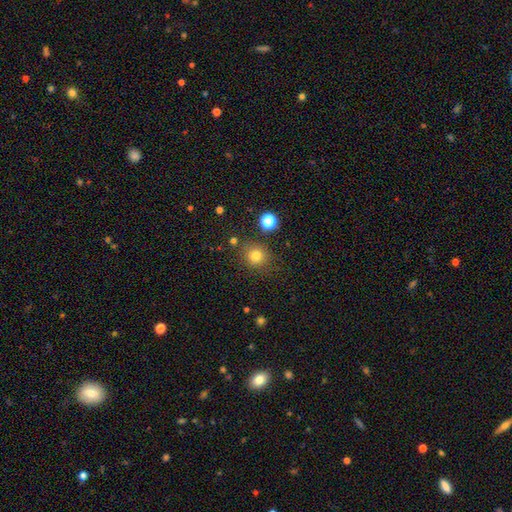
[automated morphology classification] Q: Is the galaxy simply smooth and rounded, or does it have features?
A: smooth — 80%.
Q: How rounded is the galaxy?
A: round — 84%.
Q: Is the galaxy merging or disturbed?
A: none — 81%.